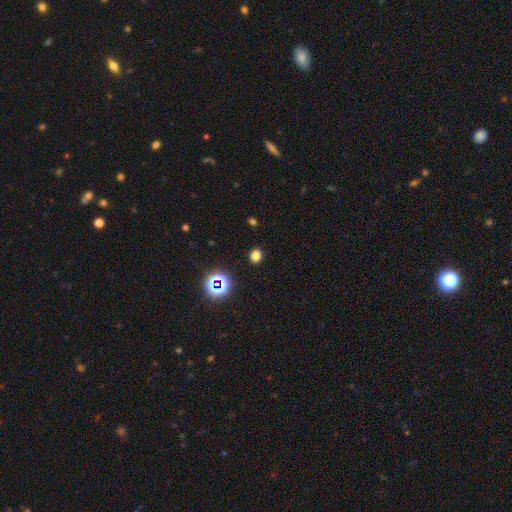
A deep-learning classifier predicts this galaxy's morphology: Smooth or featured? smooth (74%)
How rounded? round (73%)
Merging? none (90%)